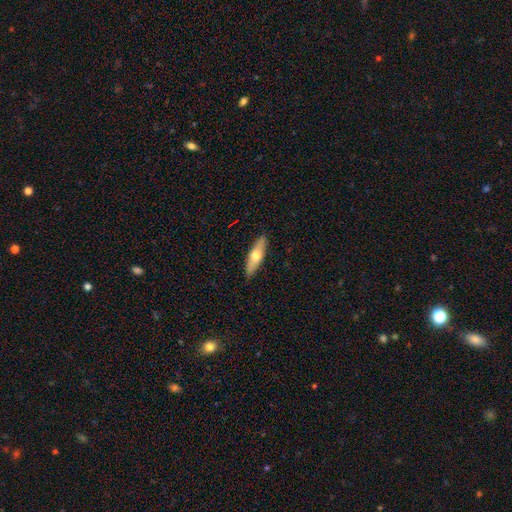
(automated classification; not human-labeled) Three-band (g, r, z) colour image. It shows a smooth galaxy with no disk features (55%) that is cigar-shaped (56%). Merging: none (89%).